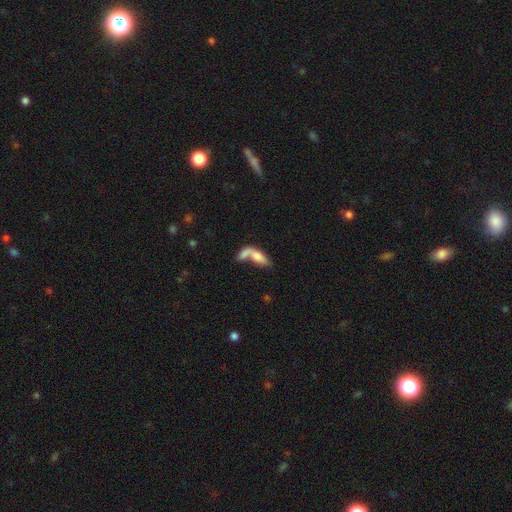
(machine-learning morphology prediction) Smooth or featured? Predicted: smooth (p=0.69). How rounded? Predicted: in between (p=0.71). Merging? Predicted: merger (p=0.67).